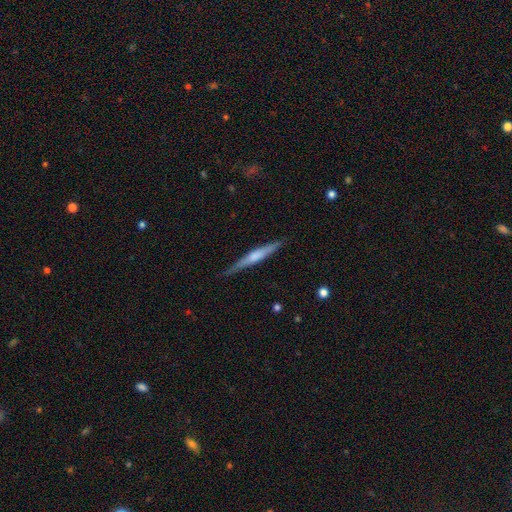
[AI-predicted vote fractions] A featured or disk galaxy (55%) viewed edge-on (96%) with a rounded central bulge (50%). Merging: none (84%).